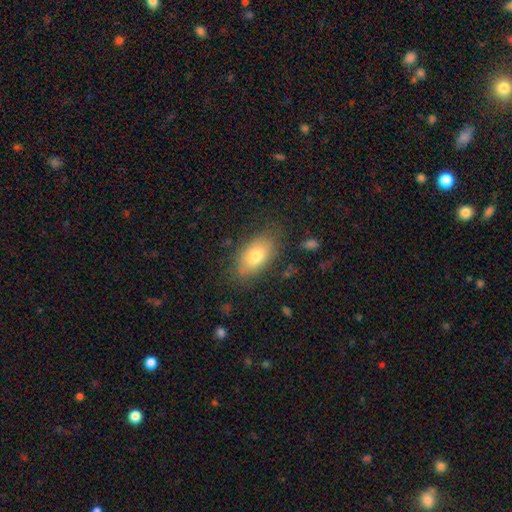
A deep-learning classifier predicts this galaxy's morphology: smooth_or_featured: smooth (p=0.77) [alt: featured or disk p=0.16]
how_rounded: in between (p=0.91) [alt: round p=0.06]
merging: none (p=0.77) [alt: minor disturbance p=0.16]